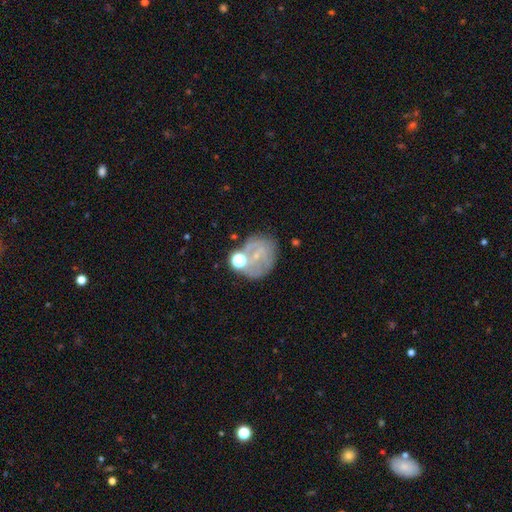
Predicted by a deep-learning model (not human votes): smooth_or_featured: smooth (p=0.38) [alt: featured or disk p=0.36]
merging: none (p=0.57) [alt: minor disturbance p=0.17]